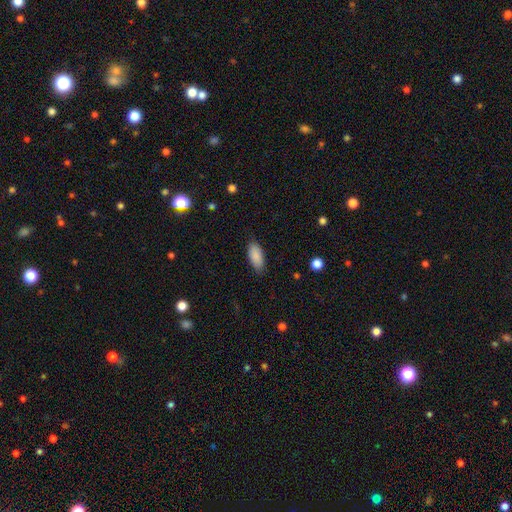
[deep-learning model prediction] Overall: smooth (89%). How rounded: in between (88%). Merging: none (84%).